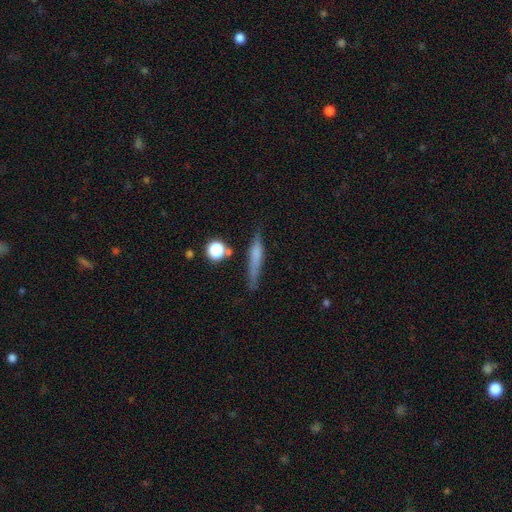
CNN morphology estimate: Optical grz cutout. It shows a smooth galaxy with no disk features (58%) that is cigar-shaped (86%). Merging: none (67%).